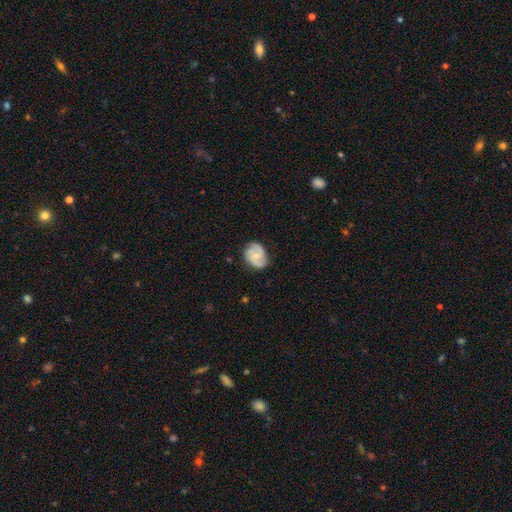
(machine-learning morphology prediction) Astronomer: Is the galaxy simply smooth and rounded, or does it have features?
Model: featured or disk — 67%.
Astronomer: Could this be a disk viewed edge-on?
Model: no — 98%.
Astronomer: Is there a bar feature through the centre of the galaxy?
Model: no — 54% (runner-up: weak, 39%).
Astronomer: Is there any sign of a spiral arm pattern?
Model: yes — 93%.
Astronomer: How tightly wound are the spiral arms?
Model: medium — 46% (runner-up: tight, 38%).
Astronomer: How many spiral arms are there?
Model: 2 — 69%.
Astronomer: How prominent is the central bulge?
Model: small — 56% (runner-up: moderate, 34%).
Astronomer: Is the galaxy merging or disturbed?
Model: none — 73%.